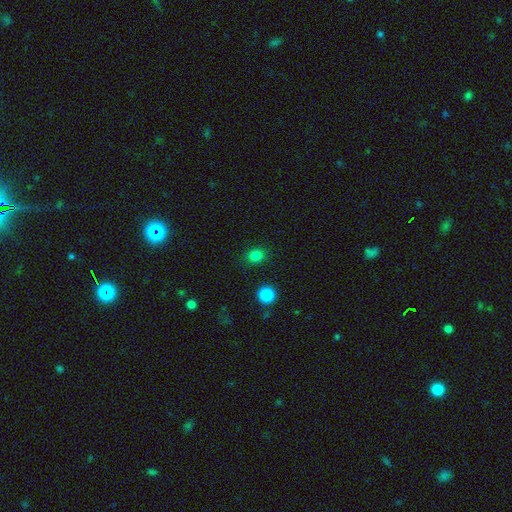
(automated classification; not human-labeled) Smooth or featured? Predicted: smooth (p=0.83). How rounded? Predicted: round (p=0.66). Merging? Predicted: none (p=0.88).